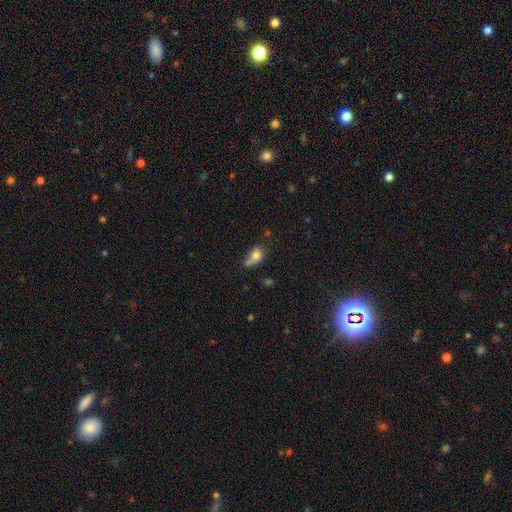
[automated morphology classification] The model was most divided on "merging": none: 32%, minor disturbance: 30%, merger: 19%, major disturbance: 18%. More confident: smooth or featured — smooth (74%); how rounded — in between (72%).